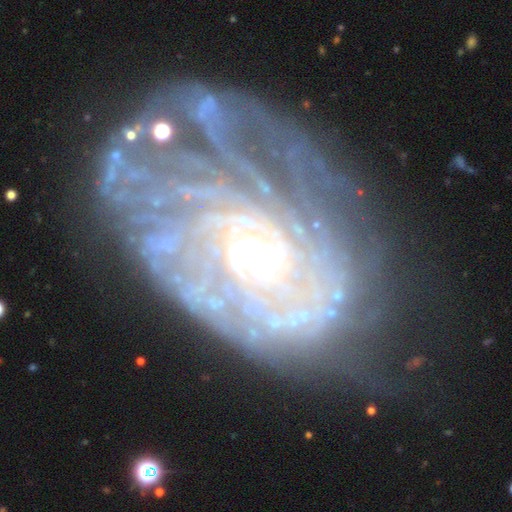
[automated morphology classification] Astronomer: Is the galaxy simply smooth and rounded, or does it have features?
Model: featured or disk — 83%.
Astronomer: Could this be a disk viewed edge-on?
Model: no — 96%.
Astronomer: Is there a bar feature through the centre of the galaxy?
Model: no — 56% (runner-up: weak, 33%).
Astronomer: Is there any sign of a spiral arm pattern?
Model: yes — 82%.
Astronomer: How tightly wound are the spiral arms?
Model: tight — 68%.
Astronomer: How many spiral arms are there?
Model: can't tell — 54%.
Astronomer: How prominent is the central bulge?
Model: moderate — 57%.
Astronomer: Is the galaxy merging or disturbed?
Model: none — 45% (runner-up: major disturbance, 27%).